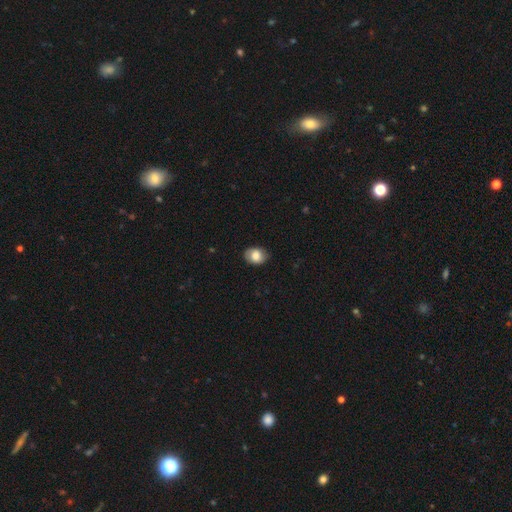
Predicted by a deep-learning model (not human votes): Morphology: type=smooth (77%); roundness=in between (64%); merging=none (81%).